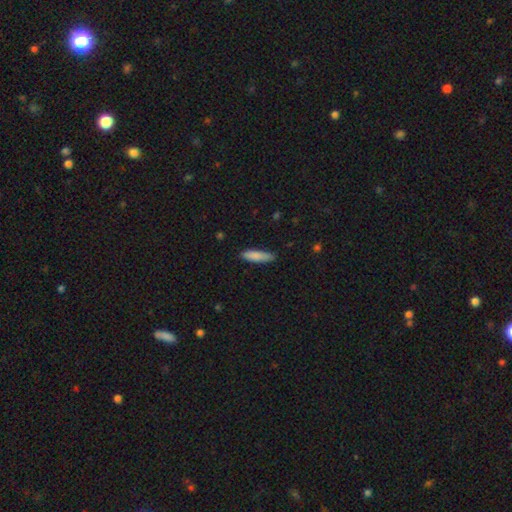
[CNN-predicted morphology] Q: Smooth or featured?
A: smooth (85%); runner-up: featured or disk (8%)
Q: How rounded?
A: cigar-shaped (70%); runner-up: in between (28%)
Q: Merging?
A: none (81%); runner-up: minor disturbance (16%)